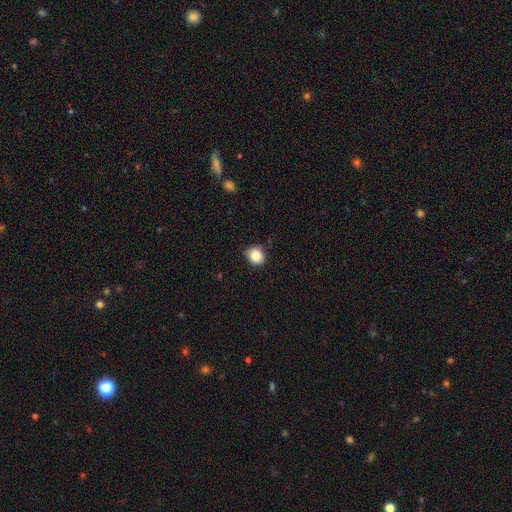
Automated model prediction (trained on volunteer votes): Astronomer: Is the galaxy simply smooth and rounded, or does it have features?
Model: smooth — 83%.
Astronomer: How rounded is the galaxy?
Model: round — 79%.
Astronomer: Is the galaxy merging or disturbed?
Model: none — 83%.